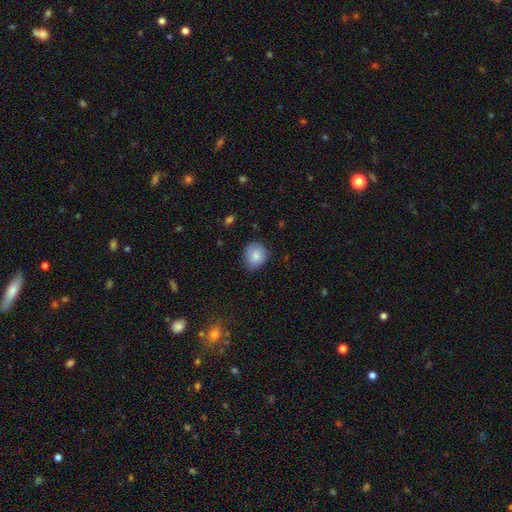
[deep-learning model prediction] smooth_or_featured: smooth (p=0.84) [alt: featured or disk p=0.08]
how_rounded: round (p=0.78) [alt: in between p=0.21]
merging: none (p=0.75) [alt: minor disturbance p=0.21]